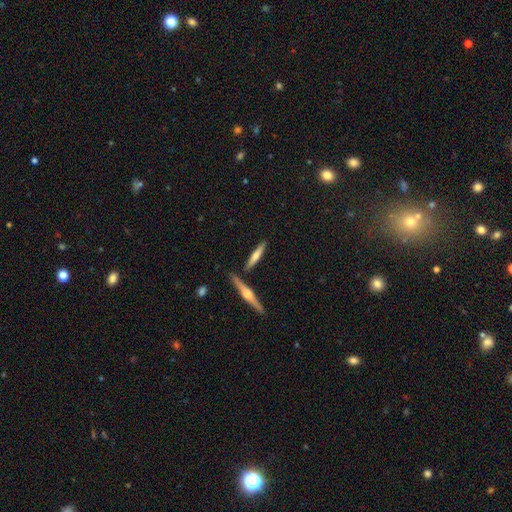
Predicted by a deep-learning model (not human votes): A smooth galaxy with no disk features (49%).

Vote fractions:
- Smooth or featured? smooth: 49% / featured or disk: 45% / star or artifact: 6%
- Merging? none: 80% / merger: 9% / minor disturbance: 9% / major disturbance: 2%